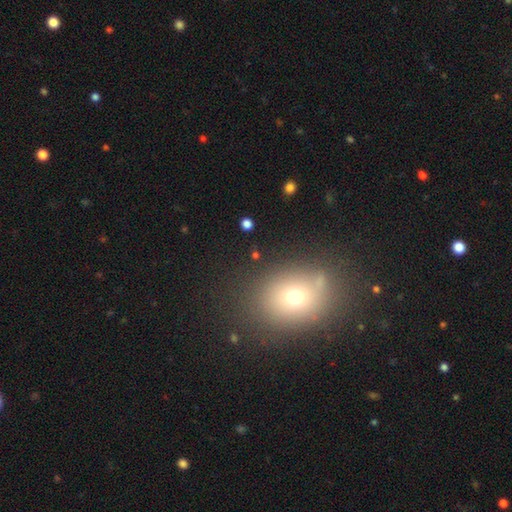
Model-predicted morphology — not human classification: This appears to be a smooth galaxy with no disk features (60%) that is round (51%). Merging: none (73%).